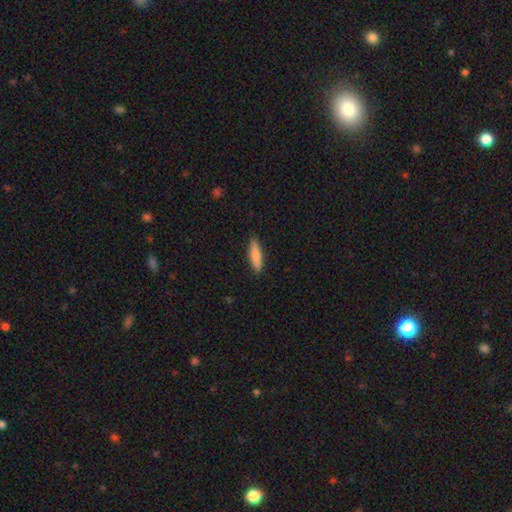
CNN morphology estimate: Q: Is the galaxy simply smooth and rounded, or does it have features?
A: smooth — 81%.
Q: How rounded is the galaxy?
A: cigar-shaped — 71%.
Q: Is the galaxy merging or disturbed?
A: none — 89%.